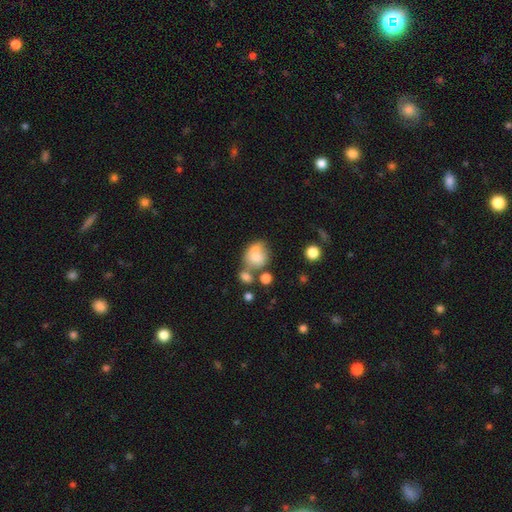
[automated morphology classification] A smooth galaxy with no disk features (65%) that is round (60%).

Vote fractions:
- Smooth or featured? smooth: 65% / featured or disk: 24% / star or artifact: 11%
- How rounded? round: 60% / in between: 39% / cigar-shaped: 1%
- Merging? merger: 42% / none: 33% / minor disturbance: 15% / major disturbance: 9%